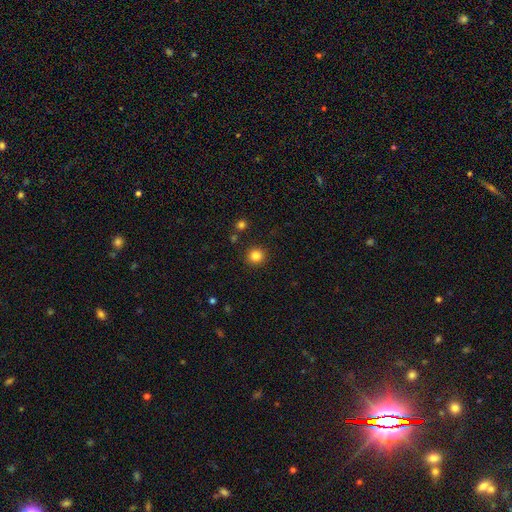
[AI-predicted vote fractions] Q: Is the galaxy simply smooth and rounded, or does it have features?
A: smooth — 84%.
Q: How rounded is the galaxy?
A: round — 93%.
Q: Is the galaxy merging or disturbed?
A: none — 90%.